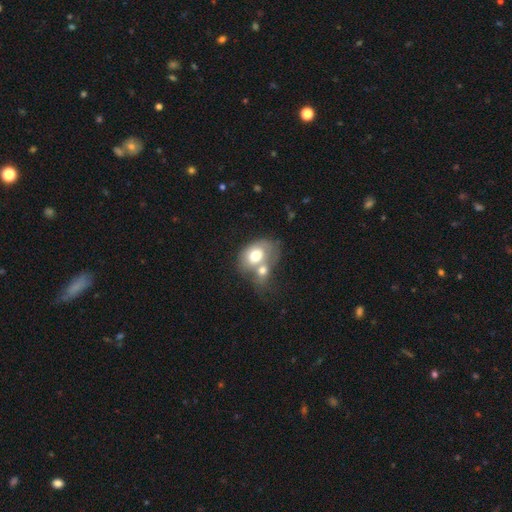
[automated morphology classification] Smooth or featured: smooth — 65% (featured or disk — 27%)
How rounded: in between — 66% (round — 33%)
Merging: merger — 68% (none — 17%)